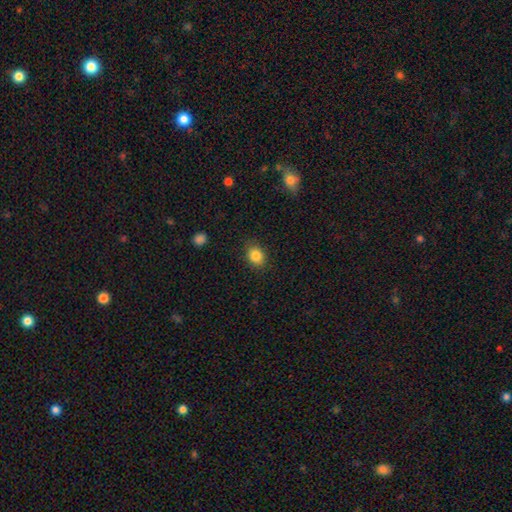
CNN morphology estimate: type=smooth (85%); roundness=in between (50%); merging=none (85%).